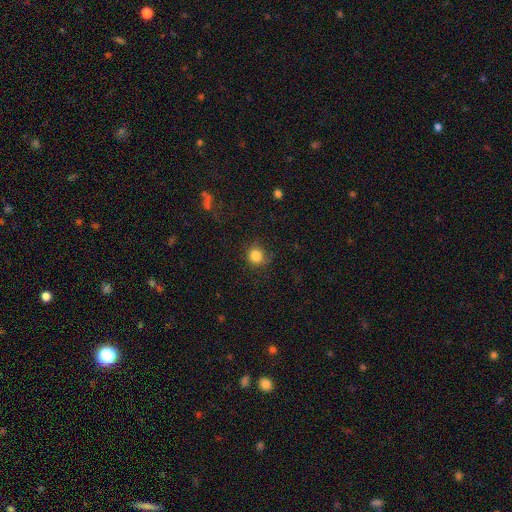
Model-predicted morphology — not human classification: This appears to be a smooth galaxy with no disk features (84%) that is round (87%). Merging: none (74%).